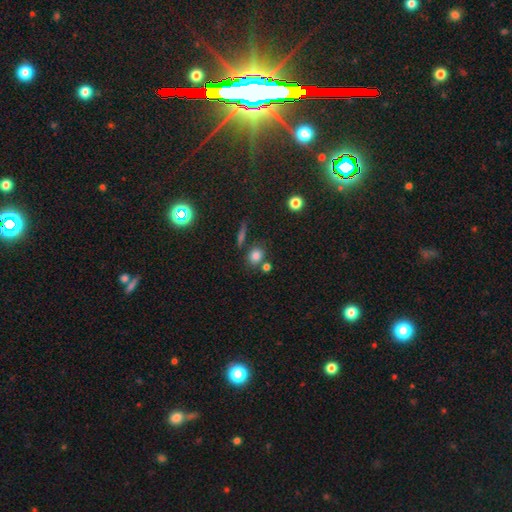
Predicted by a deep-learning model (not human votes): This appears to be a smooth galaxy with no disk features (77%) that is round (67%). Merging: none (68%).